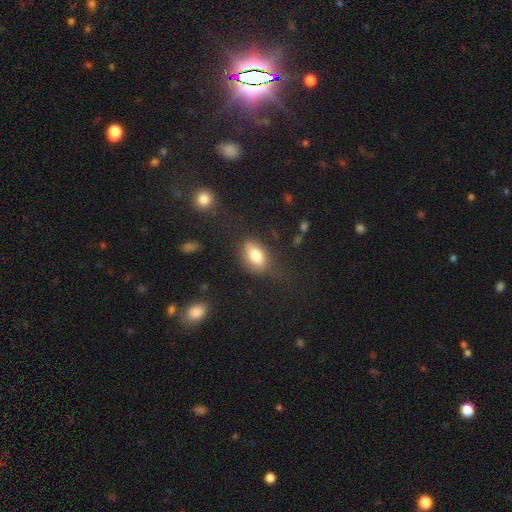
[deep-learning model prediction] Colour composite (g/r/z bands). It shows a smooth galaxy with no disk features (78%) that is in between round and cigar-shaped (86%). Merging: none (60%).